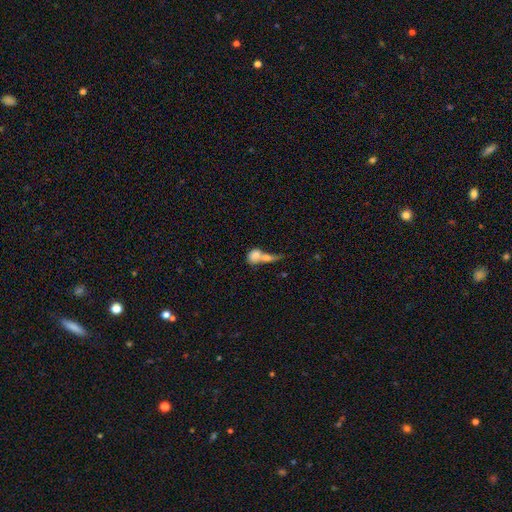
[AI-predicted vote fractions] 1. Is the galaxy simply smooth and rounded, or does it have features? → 73% smooth, 19% featured or disk, 8% star or artifact.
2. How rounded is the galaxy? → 56% in between, 36% round, 8% cigar-shaped.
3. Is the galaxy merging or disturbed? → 70% merger, 15% none, 9% major disturbance, 7% minor disturbance.